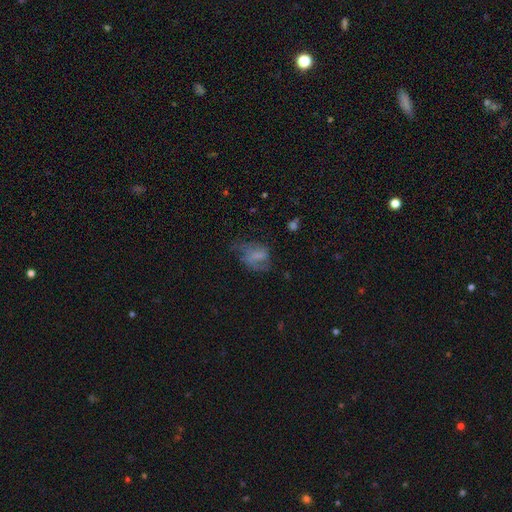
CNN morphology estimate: A smooth galaxy with no disk features (47%).

Vote fractions:
- Smooth or featured? smooth: 47% / featured or disk: 41% / star or artifact: 13%
- Merging? major disturbance: 36% / none: 33% / minor disturbance: 28% / merger: 3%